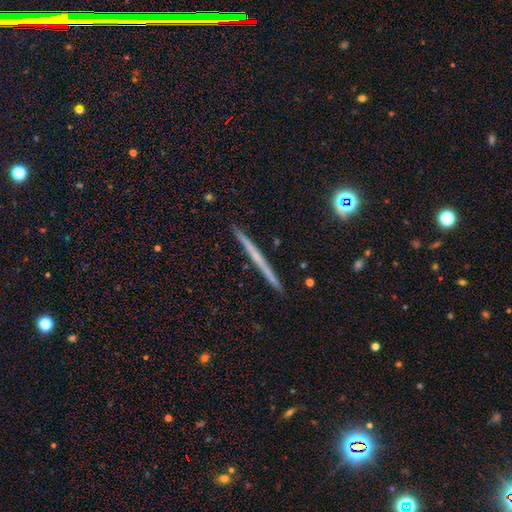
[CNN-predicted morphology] smooth-or-featured: featured or disk: 54% | smooth: 31% | star or artifact: 15%
  disk-edge-on: yes: 97% | no: 3%
    edge-on-bulge: none: 76% | rounded: 18% | boxy: 6%
  merging: none: 91% | minor disturbance: 6% | major disturbance: 1% | merger: 1%